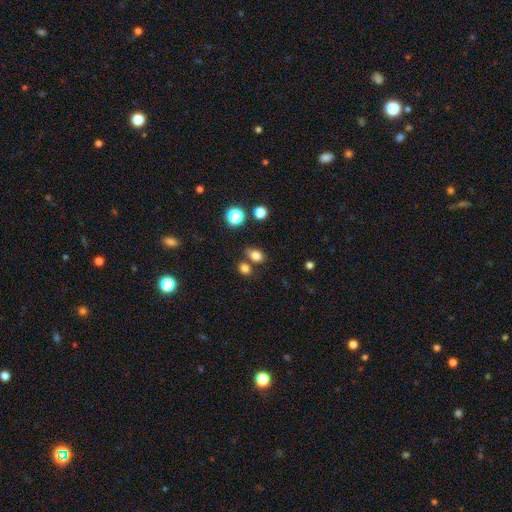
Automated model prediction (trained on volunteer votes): Smooth or featured? smooth (79%)
How rounded? in between (69%)
Merging? none (65%)